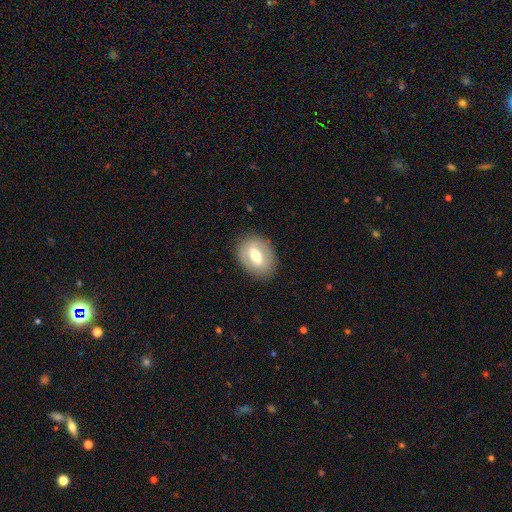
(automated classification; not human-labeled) This is possibly a smooth galaxy (52%). How rounded: likely in between (71%). Merging: clearly none (83%).